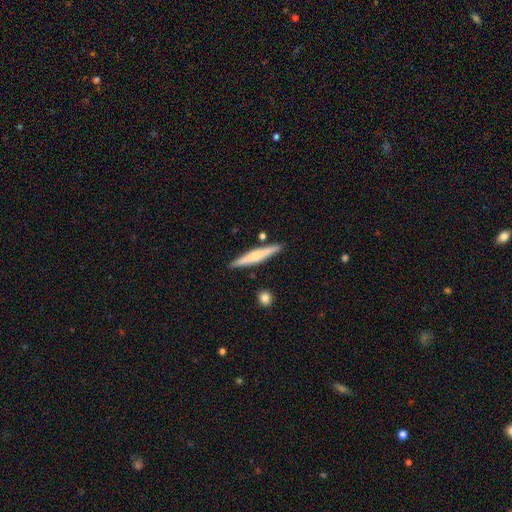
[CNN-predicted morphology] This is possibly a smooth galaxy (48%). Merging: clearly none (86%).